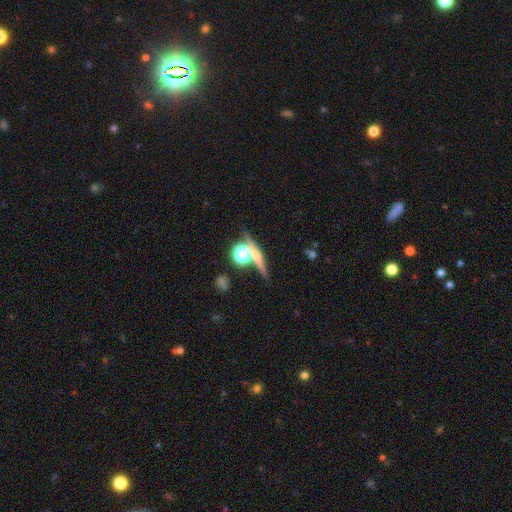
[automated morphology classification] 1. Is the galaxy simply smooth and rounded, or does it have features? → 41% featured or disk, 32% smooth, 27% star or artifact.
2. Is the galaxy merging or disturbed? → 71% none, 14% merger, 10% minor disturbance, 5% major disturbance.